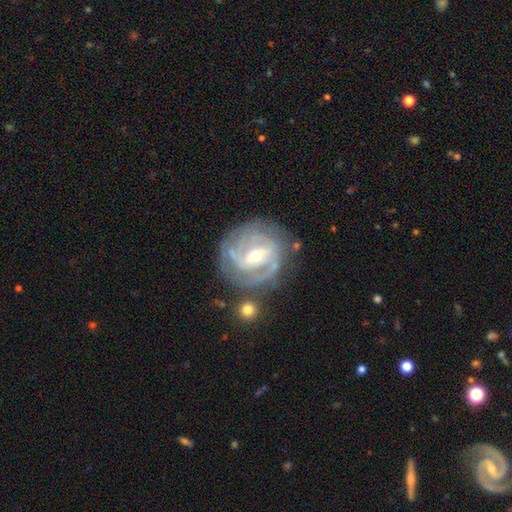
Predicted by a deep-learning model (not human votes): A featured or disk galaxy (88%) with a weak bar (44%), 2 (36%) tight (62%) spiral arms (95%) and a moderate central bulge (49%).

Vote fractions:
- Smooth or featured? featured or disk: 88% / smooth: 7% / star or artifact: 5%
- Edge-on disk? no: 97% / yes: 3%
- Bar? weak: 44% / strong: 39% / no: 17%
- Spiral arms? yes: 95% / no: 5%
- Spiral winding? tight: 62% / medium: 31% / loose: 7%
- Spiral arm count? 2: 36% / 3: 27% / can't tell: 21% / 4: 9% / 1: 4% / more than 4: 4%
- Bulge size? moderate: 49% / small: 48% / large: 2% / none: 1% / dominant: 1%
- Merging? none: 73% / minor disturbance: 16% / major disturbance: 7% / merger: 4%